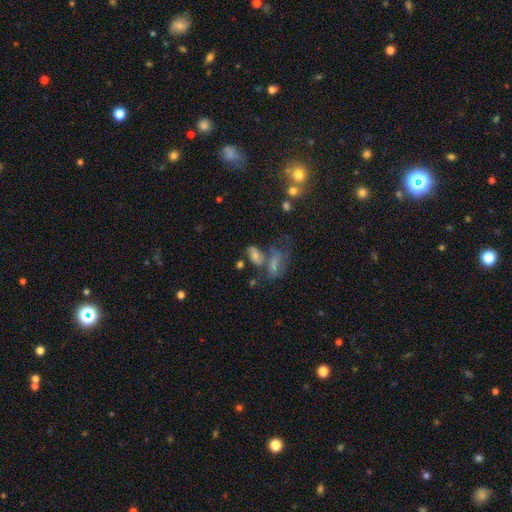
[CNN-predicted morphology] Smooth or featured? Predicted: smooth (p=0.51). How rounded? Predicted: in between (p=0.79). Merging? Predicted: none (p=0.38).